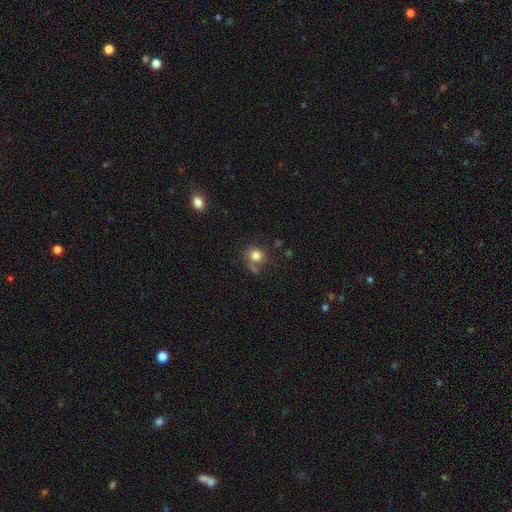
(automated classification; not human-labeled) This appears to be a smooth galaxy with no disk features (81%) that is round (81%). Merging: none (60%).